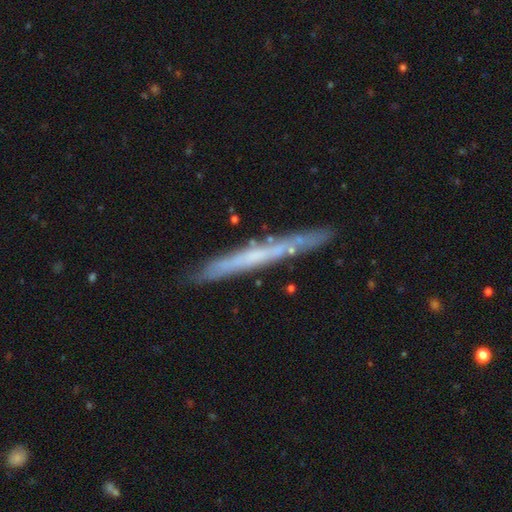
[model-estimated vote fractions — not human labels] Overall: featured or disk (58%; smooth 35%). Edge-on disk: yes (90%). Edge-on bulge: none (86%). Merging: none (82%).